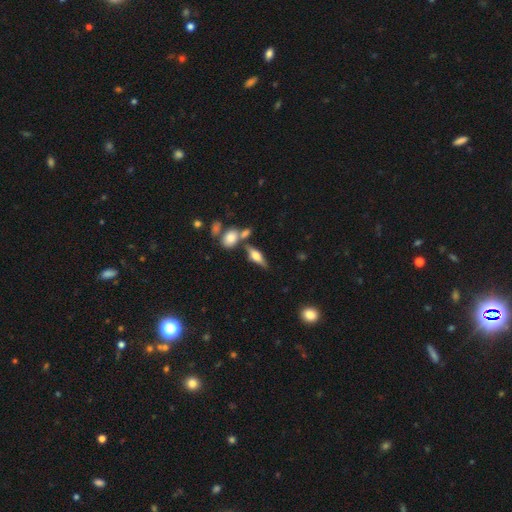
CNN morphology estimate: smooth_or_featured: featured or disk (p=0.54) [alt: smooth p=0.39]
disk_edge_on: yes (p=0.91) [alt: no p=0.09]
merging: none (p=0.68) [alt: merger p=0.16]